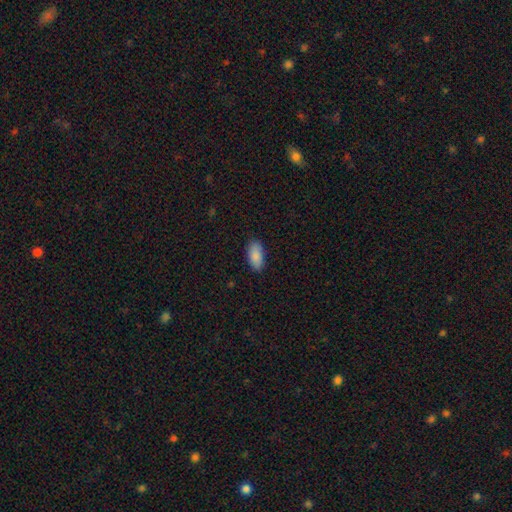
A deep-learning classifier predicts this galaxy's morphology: smooth_or_featured: smooth (p=0.88) [alt: star or artifact p=0.06]
how_rounded: in between (p=0.92) [alt: cigar-shaped p=0.06]
merging: none (p=0.85) [alt: minor disturbance p=0.12]